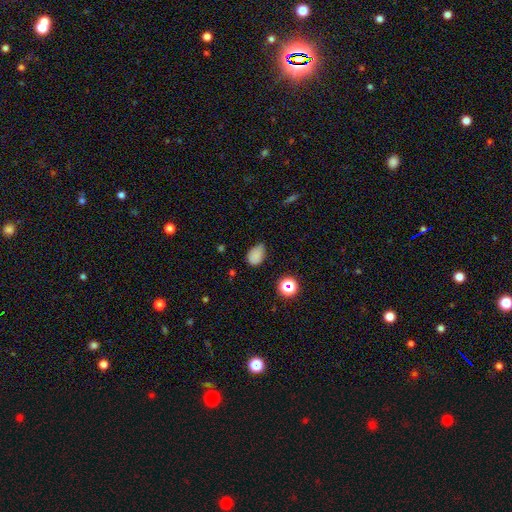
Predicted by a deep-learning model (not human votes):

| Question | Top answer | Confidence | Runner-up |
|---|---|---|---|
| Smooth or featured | smooth | 81% | star or artifact (14%) |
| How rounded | in between | 80% | round (19%) |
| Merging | none | 64% | minor disturbance (29%) |